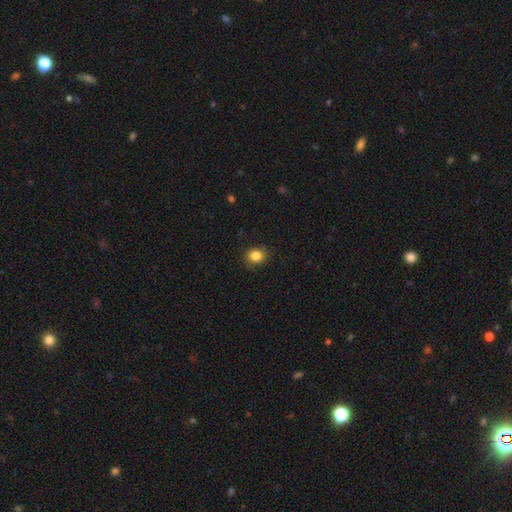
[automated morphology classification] Q: Smooth or featured?
A: smooth (85%); runner-up: star or artifact (11%)
Q: How rounded?
A: round (69%); runner-up: in between (30%)
Q: Merging?
A: none (85%); runner-up: minor disturbance (12%)